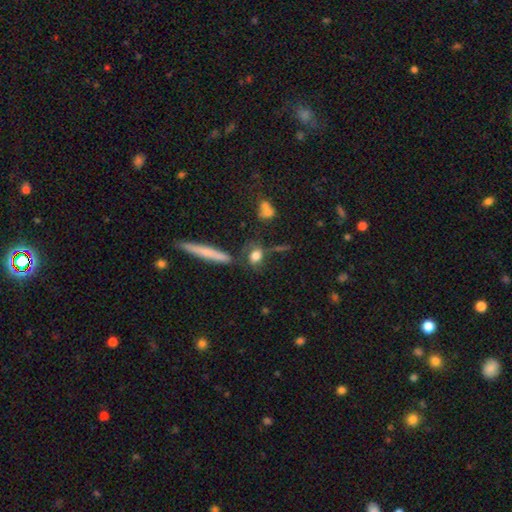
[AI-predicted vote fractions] smooth 72%, featured or disk 17%, star or artifact 11%. Down the decision tree: how rounded — in between (55%); merging — none (58%).